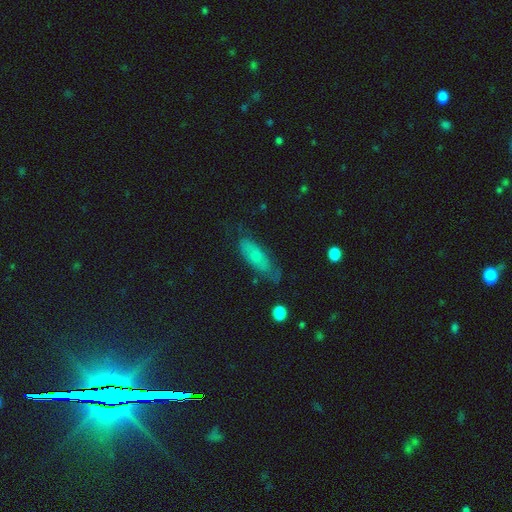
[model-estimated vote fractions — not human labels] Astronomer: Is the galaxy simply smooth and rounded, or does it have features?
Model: smooth — 54% (runner-up: featured or disk, 38%).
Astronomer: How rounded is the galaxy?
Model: in between — 64%.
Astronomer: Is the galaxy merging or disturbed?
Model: none — 59%.